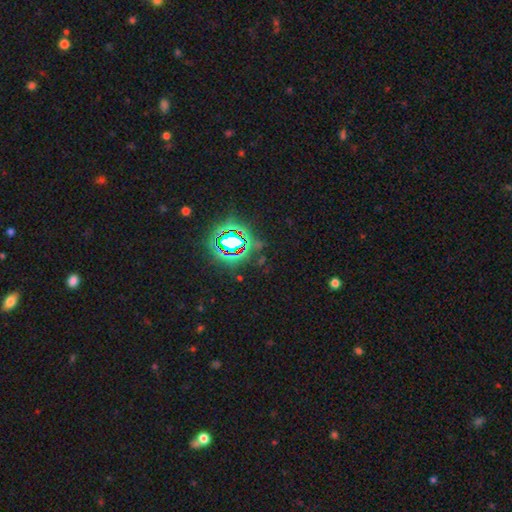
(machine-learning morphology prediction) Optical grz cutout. It shows a star or artifact, not a galaxy (84%).